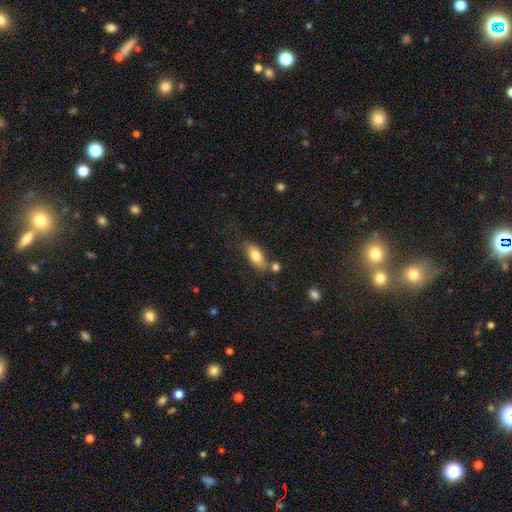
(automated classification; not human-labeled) smooth 76%, featured or disk 17%, star or artifact 7%. Down the decision tree: how rounded — in between (84%); merging — none (65%).